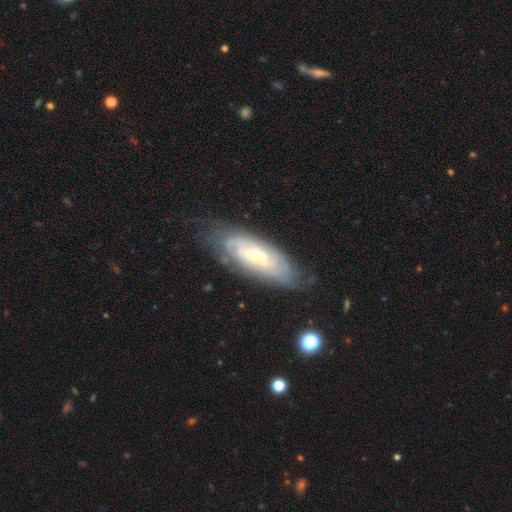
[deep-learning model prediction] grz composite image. It shows a featured or disk galaxy (76%) with no bar (65%), tight (75%) spiral arms (86%) and a small central bulge (58%). Merging: none (72%).